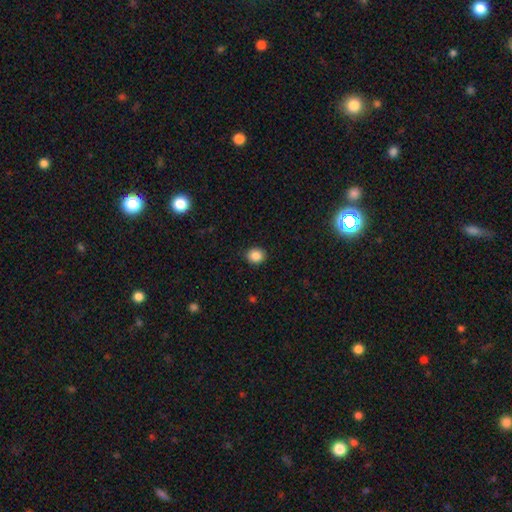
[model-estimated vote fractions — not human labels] The model was most divided on "how rounded": round: 74%, in between: 25%, cigar-shaped: 1%. More confident: merging — none (90%); smooth or featured — smooth (86%).